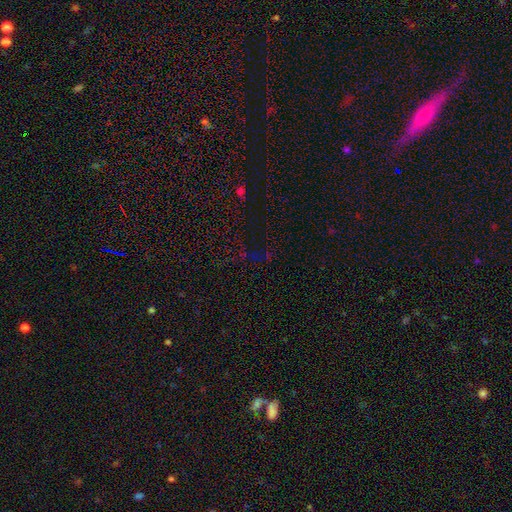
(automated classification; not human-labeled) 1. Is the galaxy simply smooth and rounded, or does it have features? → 71% star or artifact, 21% smooth, 8% featured or disk.